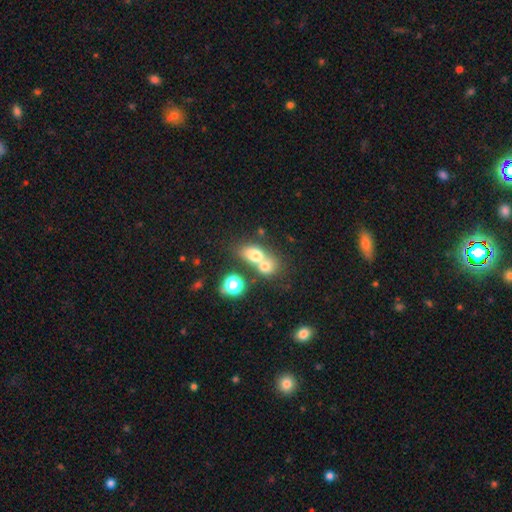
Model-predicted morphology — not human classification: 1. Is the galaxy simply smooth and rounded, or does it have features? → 69% smooth, 18% featured or disk, 14% star or artifact.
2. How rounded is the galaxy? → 58% in between, 39% round, 3% cigar-shaped.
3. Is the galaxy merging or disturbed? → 61% merger, 27% none, 7% minor disturbance, 4% major disturbance.